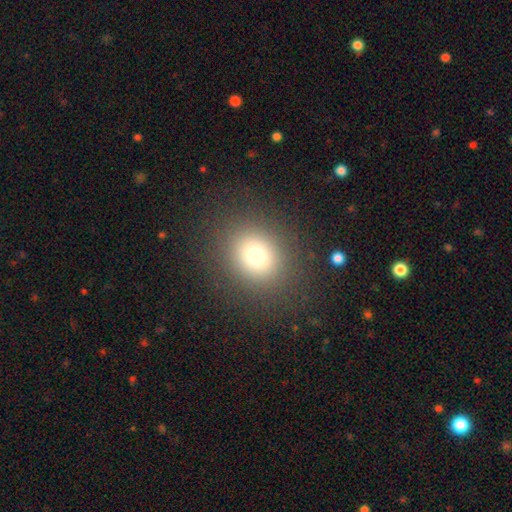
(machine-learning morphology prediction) A smooth galaxy with no disk features (75%) that is round (69%).

Vote fractions:
- Smooth or featured? smooth: 75% / star or artifact: 15% / featured or disk: 10%
- How rounded? round: 69% / in between: 30% / cigar-shaped: 1%
- Merging? none: 87% / minor disturbance: 8% / major disturbance: 4% / merger: 1%